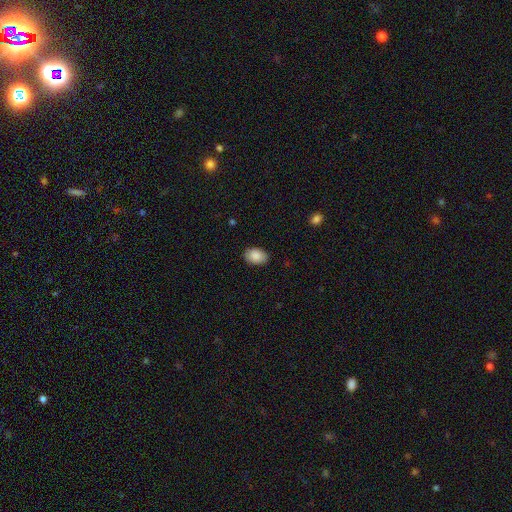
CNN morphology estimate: Smooth or featured? Predicted: smooth (p=0.88). How rounded? Predicted: in between (p=0.87). Merging? Predicted: none (p=0.87).